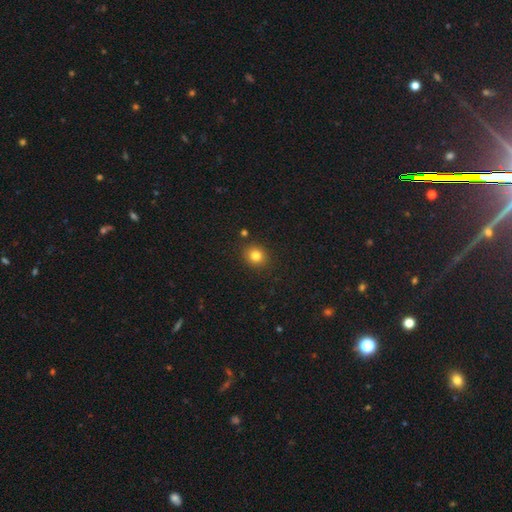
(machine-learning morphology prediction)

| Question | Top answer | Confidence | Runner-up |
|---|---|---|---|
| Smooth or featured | smooth | 81% | star or artifact (12%) |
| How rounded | round | 81% | in between (18%) |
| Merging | none | 88% | minor disturbance (7%) |